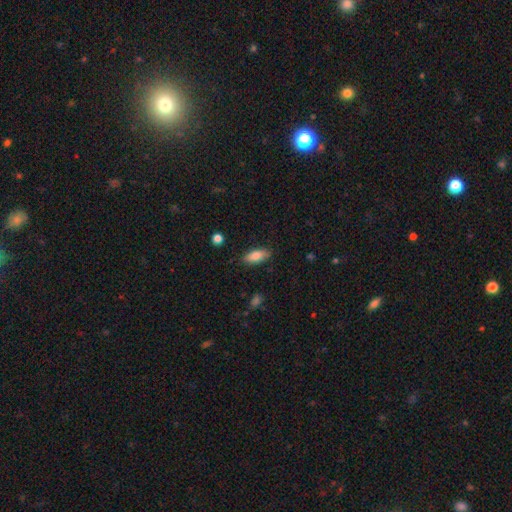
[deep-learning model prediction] Overall: smooth (84%). How rounded: in between (82%). Merging: none (85%).